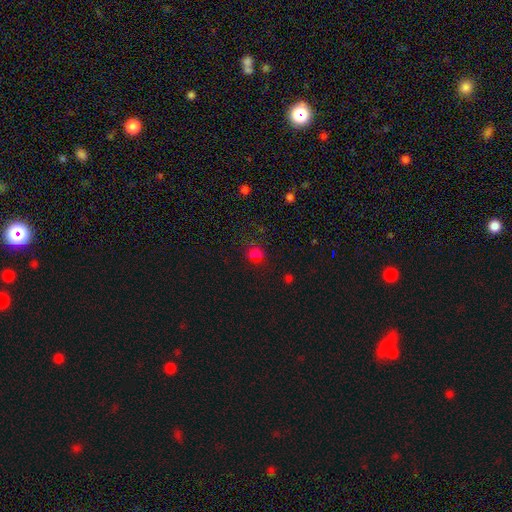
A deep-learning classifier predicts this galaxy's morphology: Smooth or featured?
  - smooth: 71% *
  - star or artifact: 24%
  - featured or disk: 5%
How rounded?
  - round: 60% *
  - in between: 38%
  - cigar-shaped: 1%
Merging?
  - none: 74% *
  - minor disturbance: 16%
  - major disturbance: 6%
  - merger: 4%